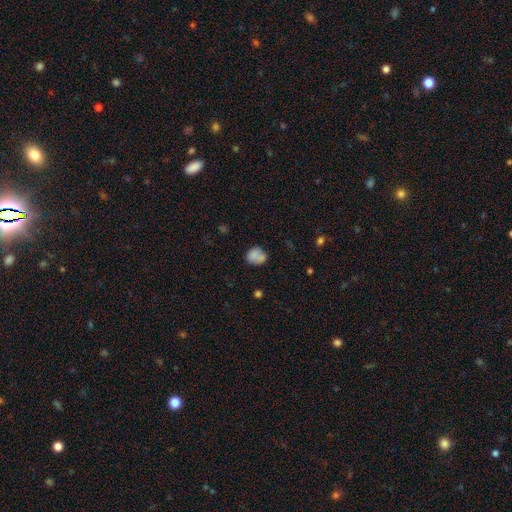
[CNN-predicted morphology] Smooth or featured?
  - smooth: 81% *
  - featured or disk: 10%
  - star or artifact: 9%
How rounded?
  - round: 65% *
  - in between: 34%
  - cigar-shaped: 1%
Merging?
  - none: 57% *
  - minor disturbance: 23%
  - merger: 13%
  - major disturbance: 7%